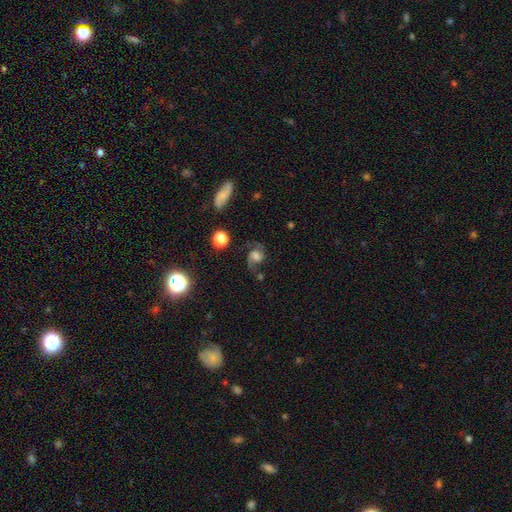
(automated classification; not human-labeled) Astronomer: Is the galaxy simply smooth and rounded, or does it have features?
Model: featured or disk — 73%.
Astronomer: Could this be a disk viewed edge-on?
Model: no — 97%.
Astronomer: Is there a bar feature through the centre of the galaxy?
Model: no — 49% (runner-up: weak, 40%).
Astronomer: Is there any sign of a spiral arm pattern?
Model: yes — 95%.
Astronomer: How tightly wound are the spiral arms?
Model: loose — 46% (runner-up: medium, 43%).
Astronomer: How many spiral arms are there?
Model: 2 — 90%.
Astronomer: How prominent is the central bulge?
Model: moderate — 30% (runner-up: large, 25%).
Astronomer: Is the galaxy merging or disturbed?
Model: none — 65%.